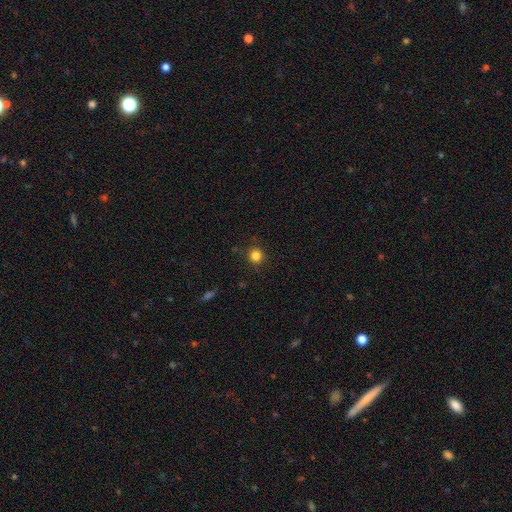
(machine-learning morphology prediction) Q: Smooth or featured?
A: smooth (84%); runner-up: star or artifact (12%)
Q: How rounded?
A: round (93%); runner-up: in between (6%)
Q: Merging?
A: none (89%); runner-up: minor disturbance (7%)